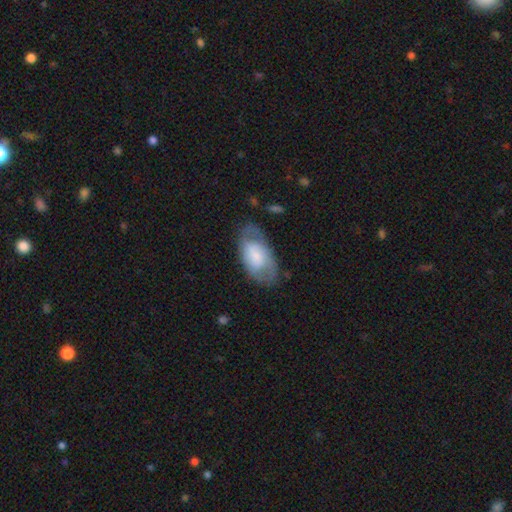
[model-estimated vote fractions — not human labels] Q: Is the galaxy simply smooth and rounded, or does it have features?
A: smooth — 48%.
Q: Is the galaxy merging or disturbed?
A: none — 65%.